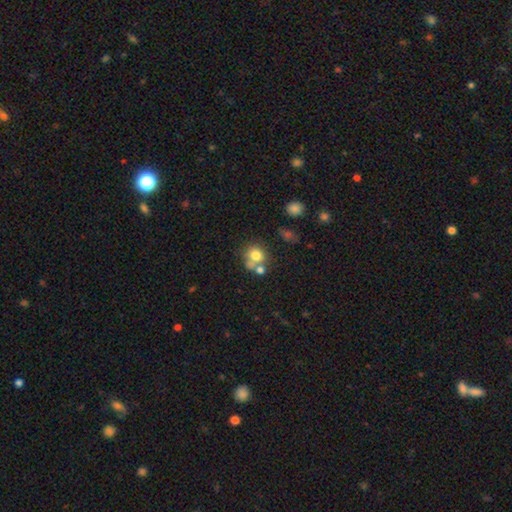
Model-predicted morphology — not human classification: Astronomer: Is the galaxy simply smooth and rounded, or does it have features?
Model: smooth — 75%.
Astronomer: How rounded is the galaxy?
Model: round — 78%.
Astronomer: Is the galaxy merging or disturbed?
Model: none — 49% (runner-up: merger, 34%).